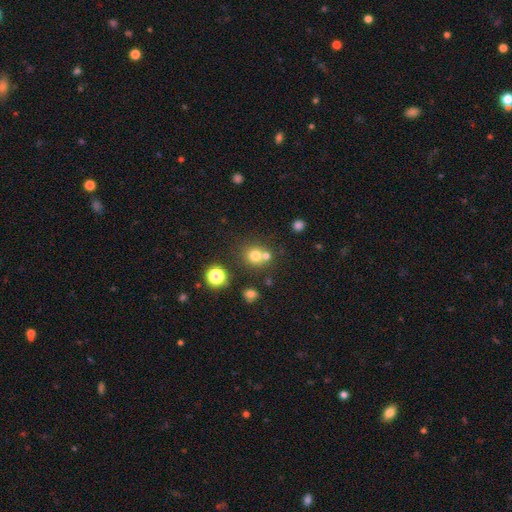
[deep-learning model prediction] A smooth galaxy with no disk features (72%) that is round (86%).

Vote fractions:
- Smooth or featured? smooth: 72% / star or artifact: 18% / featured or disk: 10%
- How rounded? round: 86% / in between: 13% / cigar-shaped: 1%
- Merging? none: 56% / merger: 33% / minor disturbance: 8% / major disturbance: 3%